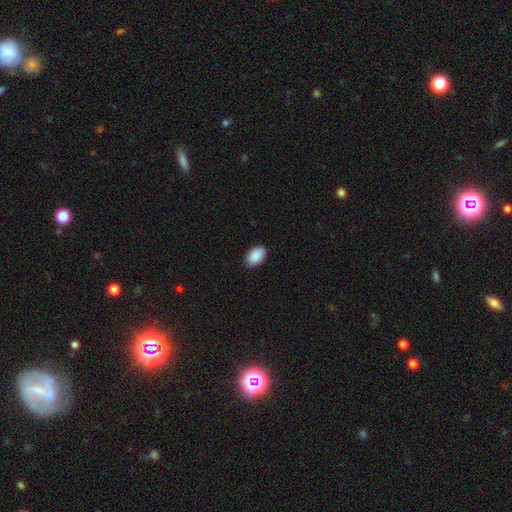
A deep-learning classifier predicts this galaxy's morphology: smooth-or-featured: smooth: 91% | star or artifact: 6% | featured or disk: 3%
  how-rounded: in between: 92% | round: 7% | cigar-shaped: 1%
  merging: none: 87% | minor disturbance: 10% | major disturbance: 2% | merger: 1%